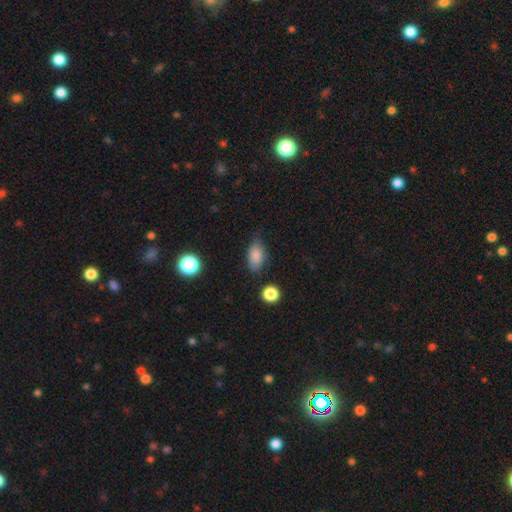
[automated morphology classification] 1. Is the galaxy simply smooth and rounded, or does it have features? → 84% smooth, 9% star or artifact, 7% featured or disk.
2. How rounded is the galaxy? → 89% in between, 7% round, 4% cigar-shaped.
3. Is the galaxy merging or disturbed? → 71% none, 22% minor disturbance, 5% major disturbance, 2% merger.